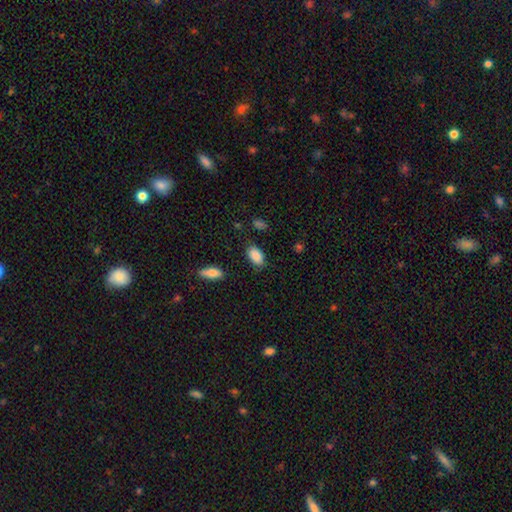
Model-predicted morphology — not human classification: Smooth or featured: smooth — 88% (star or artifact — 7%)
How rounded: in between — 92% (round — 6%)
Merging: none — 80% (minor disturbance — 15%)